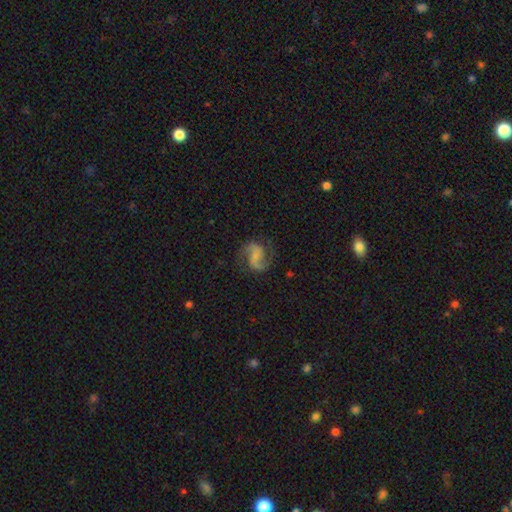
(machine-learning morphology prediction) Overall: featured or disk (86%). Edge-on disk: no (98%). Bar: no (49%; weak 39%). Spiral arms: yes (97%). Spiral arm count: 2 (93%). Spiral winding: medium (53%; loose 35%). Bulge size: small (48%; none 33%). Merging: none (78%).